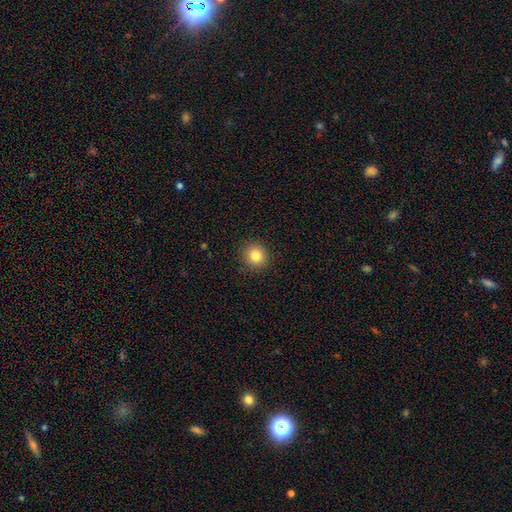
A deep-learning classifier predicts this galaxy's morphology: Q: Smooth or featured?
A: smooth (82%); runner-up: star or artifact (11%)
Q: How rounded?
A: round (92%); runner-up: in between (7%)
Q: Merging?
A: none (91%); runner-up: minor disturbance (6%)